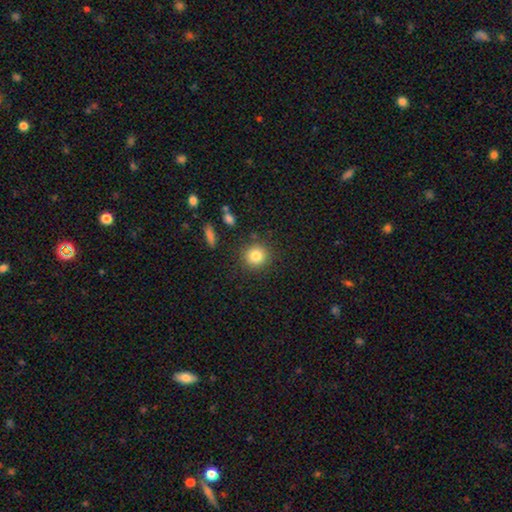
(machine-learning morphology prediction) Smooth or featured?
  - smooth: 83% *
  - star or artifact: 10%
  - featured or disk: 7%
How rounded?
  - round: 91% *
  - in between: 8%
  - cigar-shaped: 1%
Merging?
  - none: 87% *
  - minor disturbance: 8%
  - major disturbance: 3%
  - merger: 3%